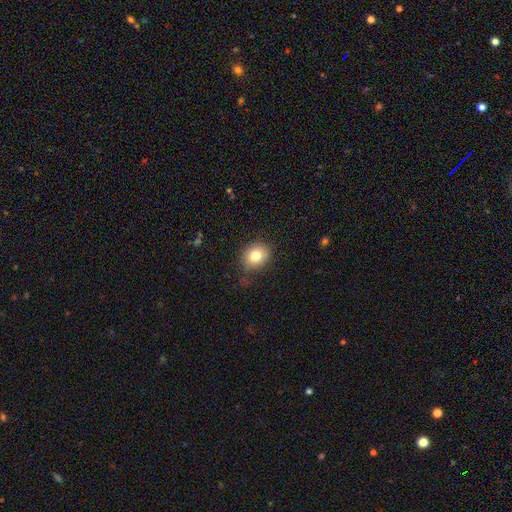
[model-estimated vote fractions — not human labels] Smooth or featured? Predicted: smooth (p=0.80). How rounded? Predicted: round (p=0.63). Merging? Predicted: none (p=0.77).